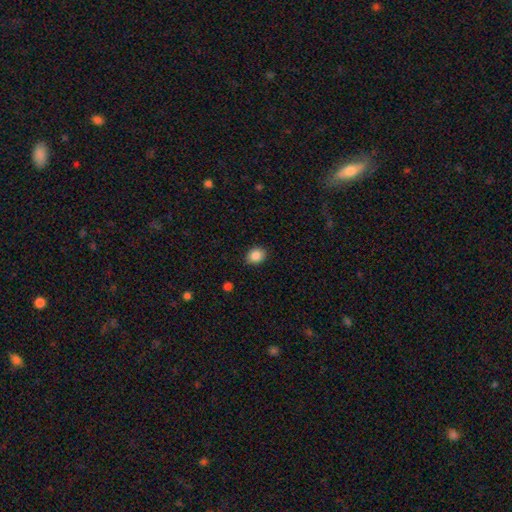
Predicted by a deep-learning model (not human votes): This is clearly a smooth galaxy (86%). How rounded: possibly round (50%). Merging: clearly none (88%).